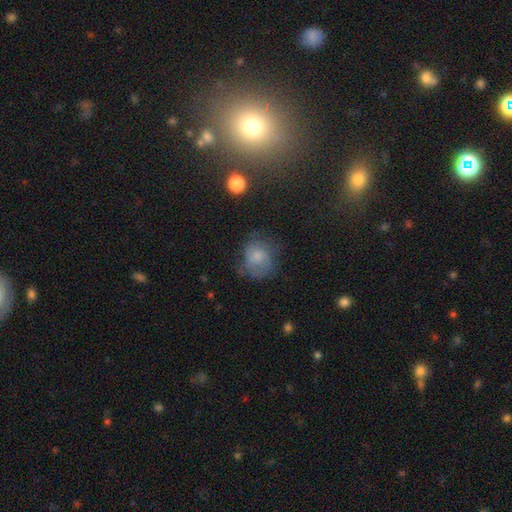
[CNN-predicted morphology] smooth_or_featured: smooth (p=0.45) [alt: featured or disk p=0.37]
merging: none (p=0.65) [alt: minor disturbance p=0.22]